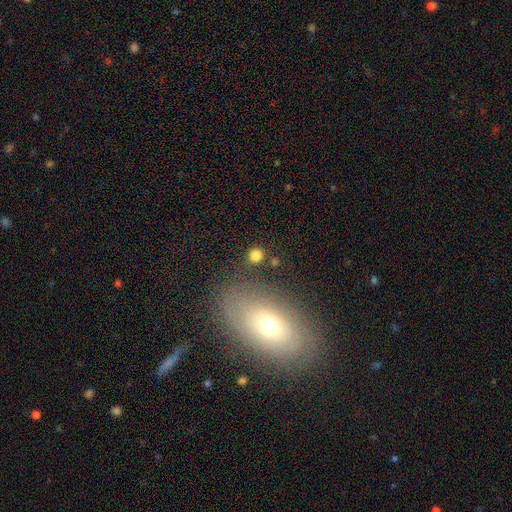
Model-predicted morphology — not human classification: Smooth or featured?
  - smooth: 81% *
  - star or artifact: 13%
  - featured or disk: 6%
How rounded?
  - round: 84% *
  - in between: 15%
  - cigar-shaped: 1%
Merging?
  - none: 84% *
  - minor disturbance: 7%
  - merger: 5%
  - major disturbance: 3%